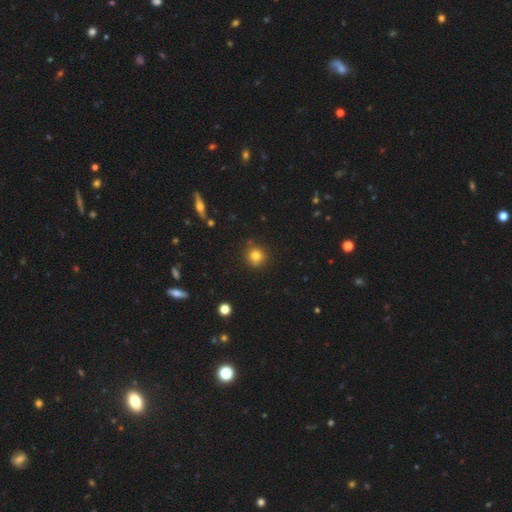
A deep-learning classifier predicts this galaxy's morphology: This is likely a smooth galaxy (80%). How rounded: clearly round (90%). Merging: clearly none (82%).